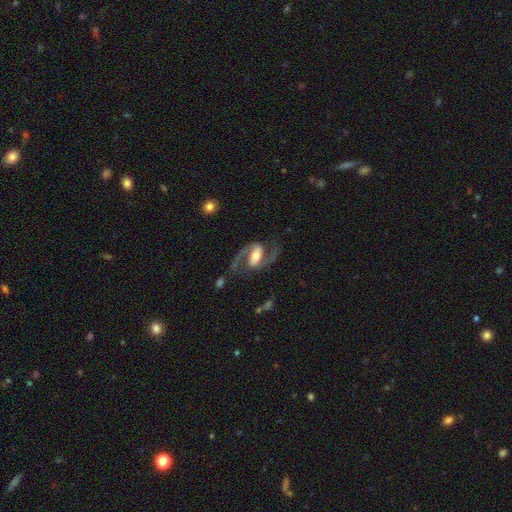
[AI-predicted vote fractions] smooth-or-featured: featured or disk: 91% | smooth: 5% | star or artifact: 4%
  disk-edge-on: no: 97% | yes: 3%
    bar: strong: 45% | weak: 39% | no: 16%
    has-spiral-arms: yes: 98% | no: 2%
      spiral-winding: medium: 55% | loose: 35% | tight: 10%
      spiral-arm-count: 2: 94% | 1: 2% | can't tell: 1% | 3: 1% | 4: 1% | more than 4: 1%
    bulge-size: moderate: 60% | small: 20% | large: 15% | none: 2% | dominant: 2%
  merging: none: 76% | minor disturbance: 13% | major disturbance: 9% | merger: 2%